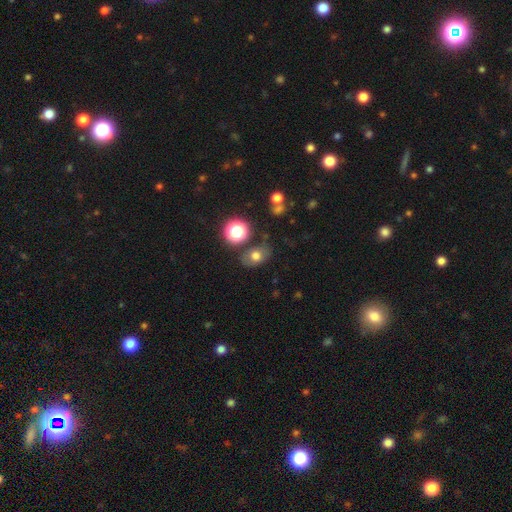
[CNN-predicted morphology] type=smooth (69%); roundness=in between (68%); merging=none (73%).